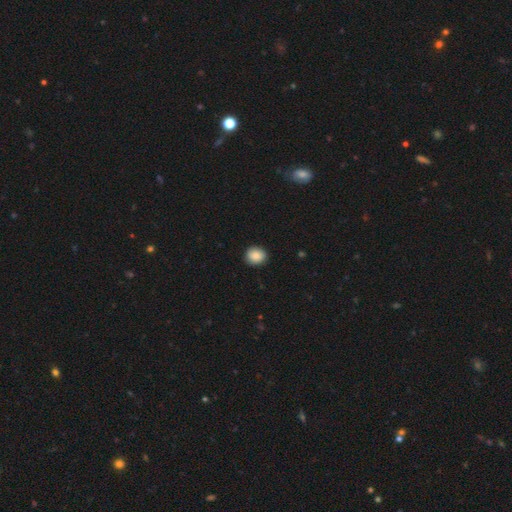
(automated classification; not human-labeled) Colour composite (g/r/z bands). It shows a smooth galaxy with no disk features (88%) that is round (73%). Merging: none (89%).